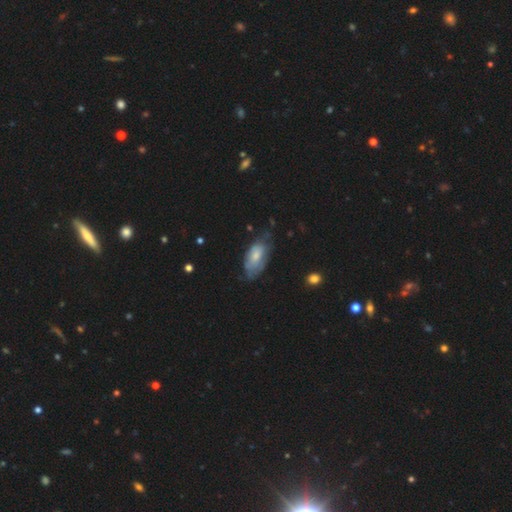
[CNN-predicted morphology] Smooth or featured? smooth (60%)
How rounded? in between (91%)
Merging? none (50%)